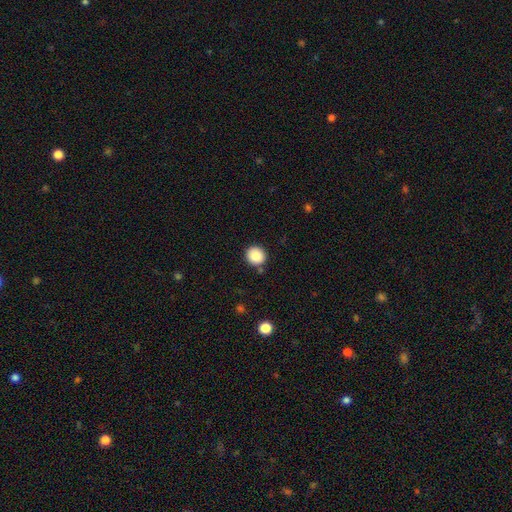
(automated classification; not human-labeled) A smooth galaxy with no disk features (85%) that is round (90%). Merging: none (86%).